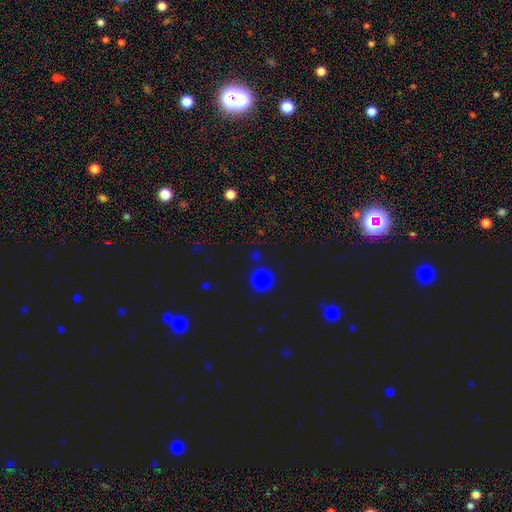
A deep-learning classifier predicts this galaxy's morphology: Smooth or featured? smooth (82%)
How rounded? round (94%)
Merging? none (91%)